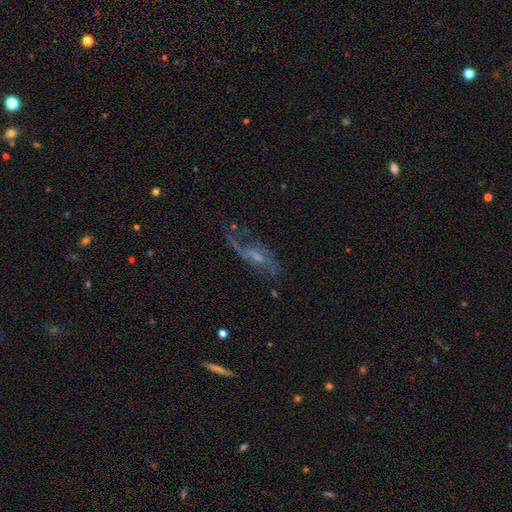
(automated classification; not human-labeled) Morphology: type=featured or disk (75%); edge-on=no (89%); bar=weak (49%); spiral arms=yes (82%); winding=loose (72%); arm count=2 (74%); bulge=small (41%); merging=none (49%).